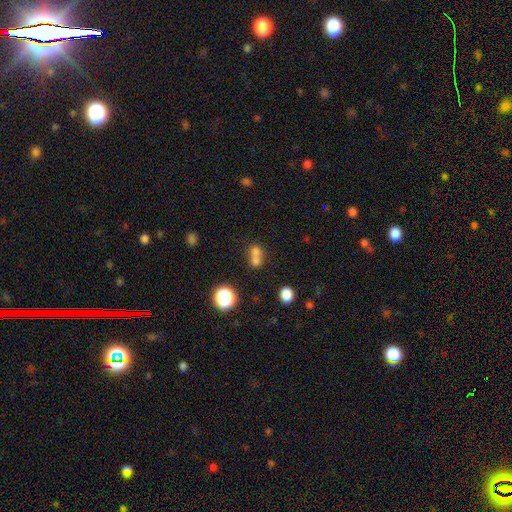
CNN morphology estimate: A smooth galaxy with no disk features (68%) that is round (68%). Merging: merger (64%).